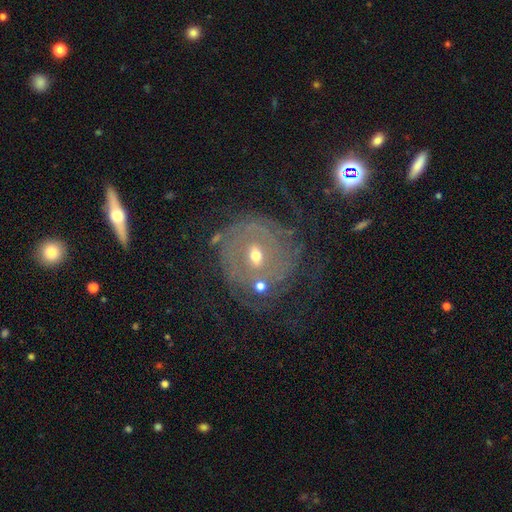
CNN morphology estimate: This is likely a featured or disk galaxy (77%). It is clearly not viewed edge-on (96%). Bar: possibly no (47%). Spiral arm pattern: likely yes (76%). Spiral arm count: marginally can't tell (43%). Spiral winding: likely tight (63%). Central bulge: possibly small (50%). Merging: possibly none (58%).